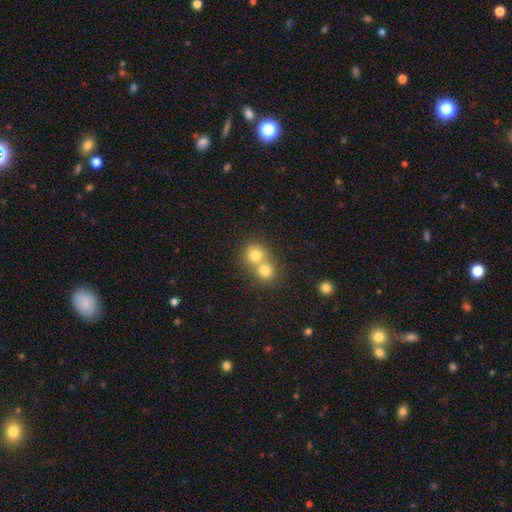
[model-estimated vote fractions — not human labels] A smooth galaxy with no disk features (74%) that is round (85%).

Vote fractions:
- Smooth or featured? smooth: 74% / star or artifact: 13% / featured or disk: 12%
- How rounded? round: 85% / in between: 14% / cigar-shaped: 1%
- Merging? merger: 58% / none: 35% / minor disturbance: 4% / major disturbance: 2%